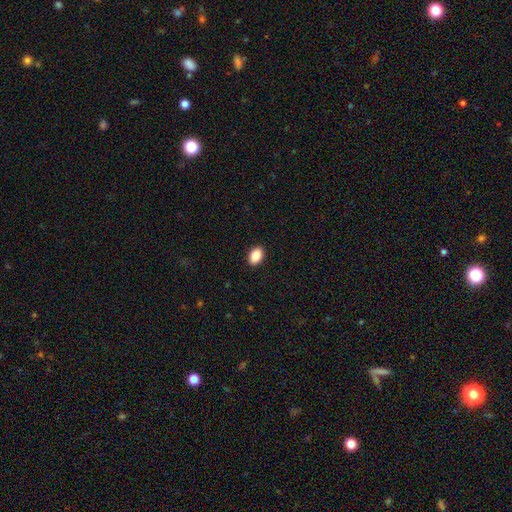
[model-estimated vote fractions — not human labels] This appears to be a smooth galaxy with no disk features (87%) that is in between round and cigar-shaped (87%). Merging: none (91%).